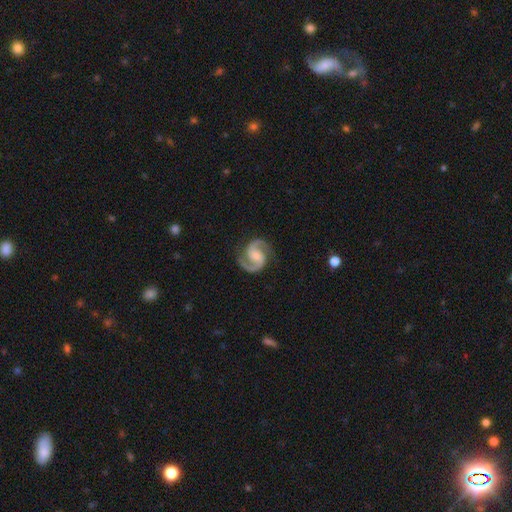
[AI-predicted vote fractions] Smooth or featured: featured or disk — 93% (star or artifact — 4%)
Edge-on disk: no — 98% (yes — 2%)
Bar: no — 52% (weak — 37%)
Spiral arms: yes — 99% (no — 1%)
Spiral winding: medium — 65% (tight — 22%)
Spiral arm count: 2 — 94% (can't tell — 1%)
Bulge size: small — 49% (moderate — 37%)
Merging: none — 84% (minor disturbance — 11%)